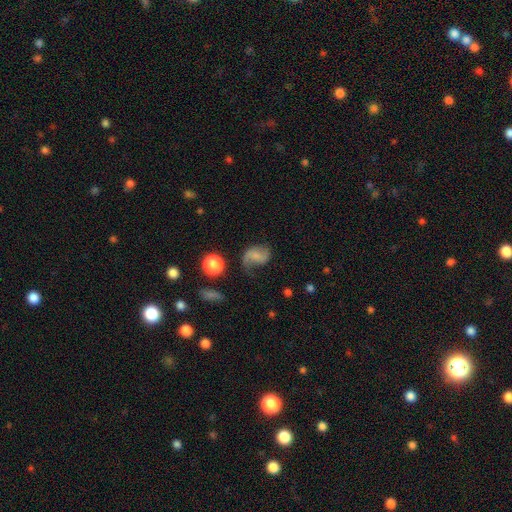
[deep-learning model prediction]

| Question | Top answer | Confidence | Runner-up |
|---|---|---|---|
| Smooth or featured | featured or disk | 50% | smooth (39%) |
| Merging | none | 52% | minor disturbance (26%) |